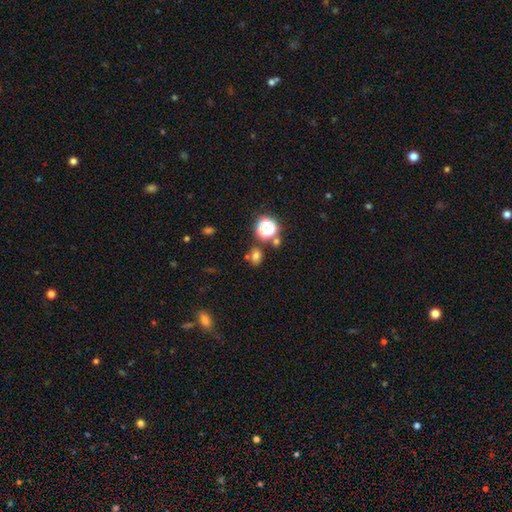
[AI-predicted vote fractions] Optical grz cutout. It shows a smooth galaxy with no disk features (68%) that is in between round and cigar-shaped (52%). Merging: none (74%).